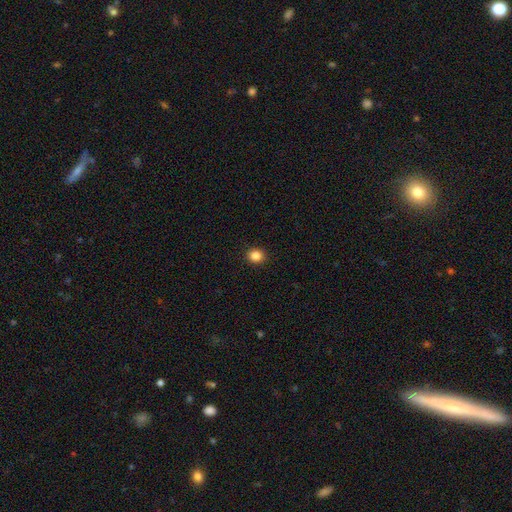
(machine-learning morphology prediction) This is clearly a smooth galaxy (86%). How rounded: likely round (76%). Merging: clearly none (92%).